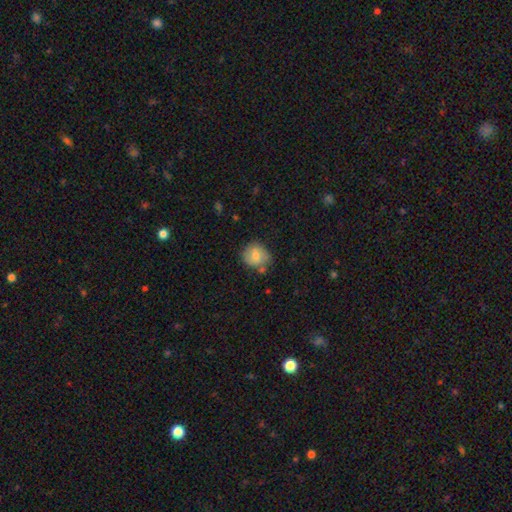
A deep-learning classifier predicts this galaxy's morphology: This is likely a smooth galaxy (73%). How rounded: likely round (78%). Merging: likely none (65%).